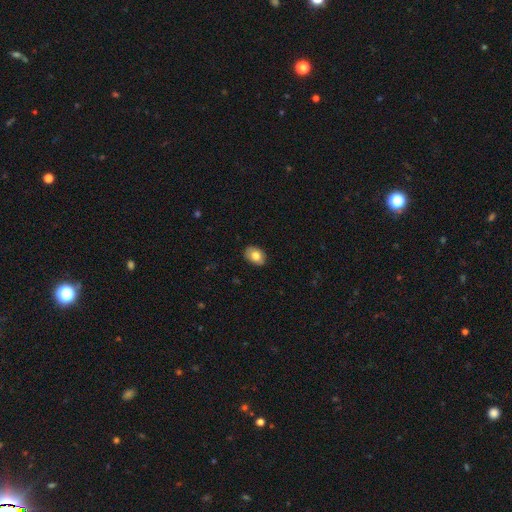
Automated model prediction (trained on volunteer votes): This appears to be a smooth galaxy with no disk features (77%) that is in between round and cigar-shaped (77%). Merging: none (84%).